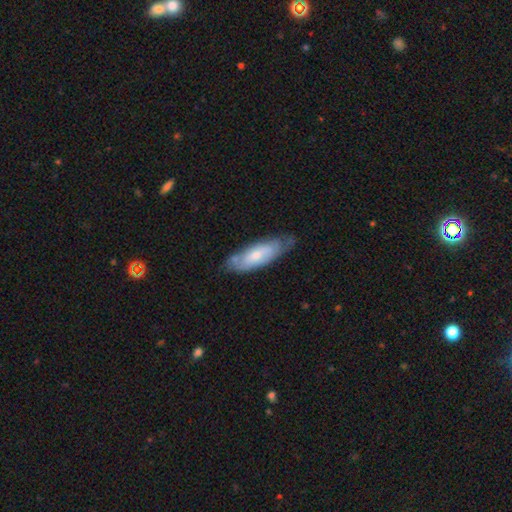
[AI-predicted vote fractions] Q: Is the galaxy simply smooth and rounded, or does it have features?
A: smooth — 52%.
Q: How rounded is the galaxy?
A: in between — 60%.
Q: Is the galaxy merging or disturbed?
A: none — 61%.